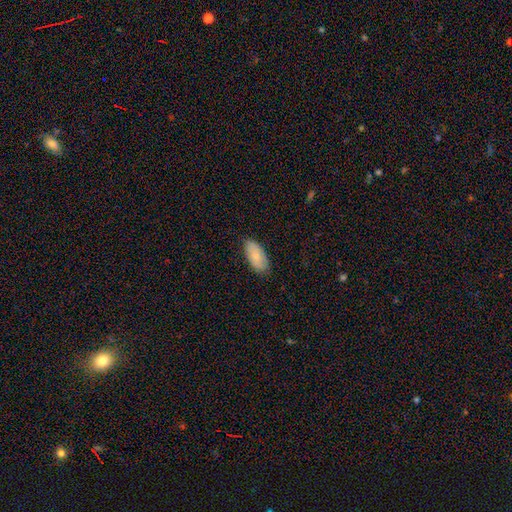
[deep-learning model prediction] A smooth galaxy with no disk features (81%) that is in between round and cigar-shaped (93%).

Vote fractions:
- Smooth or featured? smooth: 81% / featured or disk: 13% / star or artifact: 6%
- How rounded? in between: 93% / cigar-shaped: 5% / round: 2%
- Merging? none: 83% / minor disturbance: 14% / major disturbance: 2% / merger: 1%